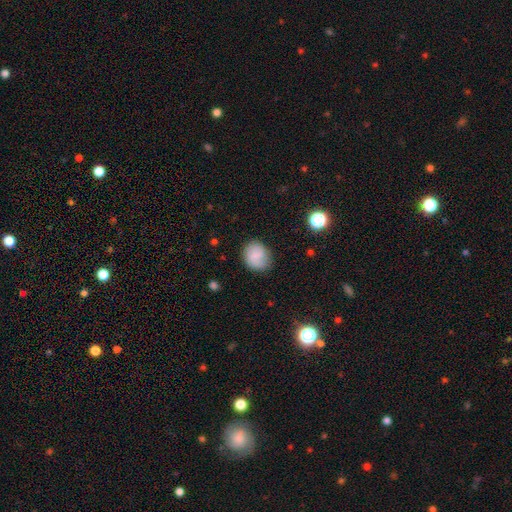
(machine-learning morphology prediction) A smooth galaxy with no disk features (77%) that is round (69%). Merging: none (78%).